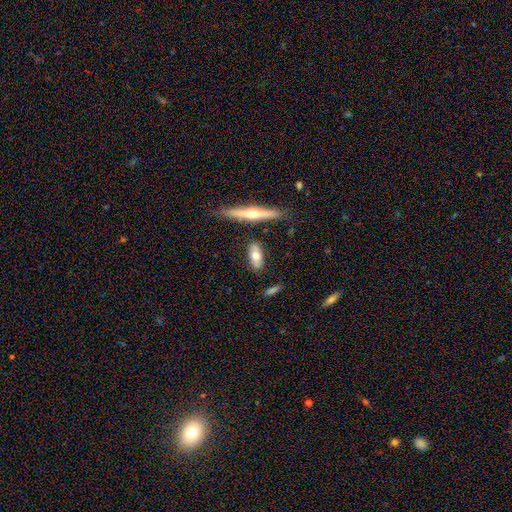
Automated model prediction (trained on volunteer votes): A smooth galaxy with no disk features (58%) that is in between round and cigar-shaped (73%). Merging: none (79%).